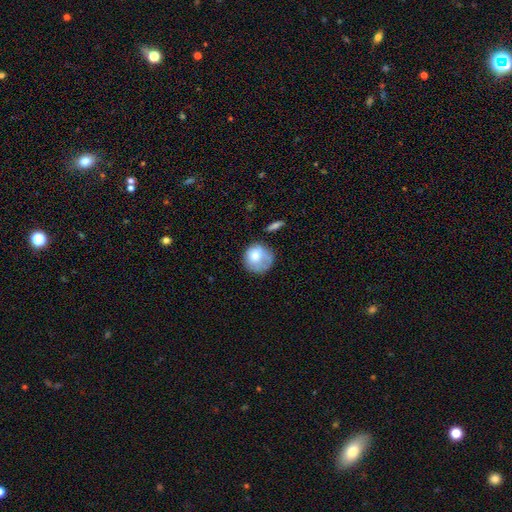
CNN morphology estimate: A smooth galaxy with no disk features (72%) that is round (84%). Merging: none (50%).